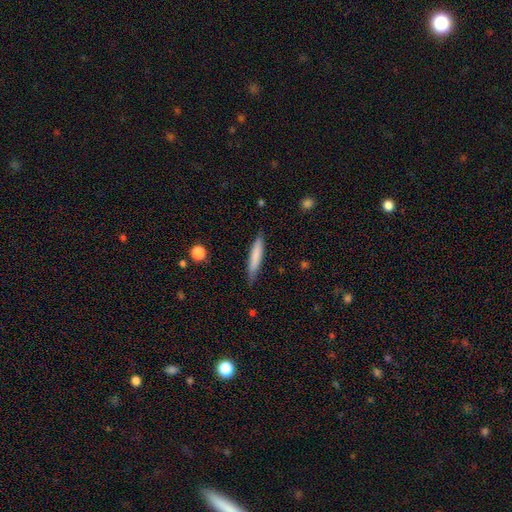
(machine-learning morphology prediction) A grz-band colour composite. It shows a smooth galaxy with no disk features (76%) that is cigar-shaped (90%). Merging: none (84%).